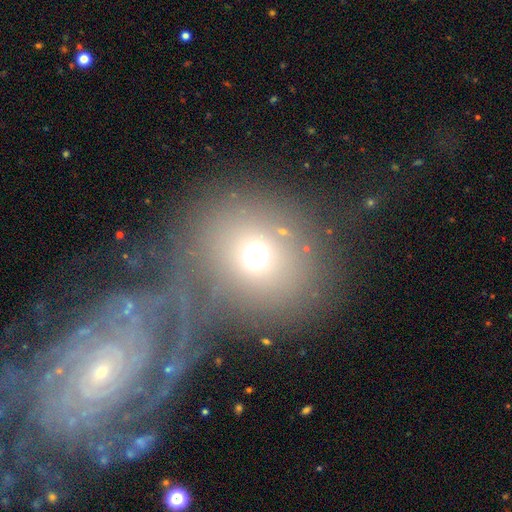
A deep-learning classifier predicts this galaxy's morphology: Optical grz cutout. It shows a smooth galaxy with no disk features (64%) that is round (73%). Merging: none (49%).